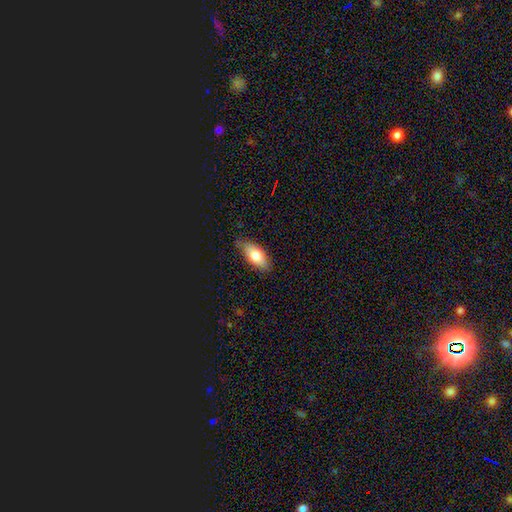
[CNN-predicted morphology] Smooth or featured?
  - smooth: 76% *
  - featured or disk: 18%
  - star or artifact: 7%
How rounded?
  - in between: 87% *
  - cigar-shaped: 10%
  - round: 3%
Merging?
  - none: 75% *
  - minor disturbance: 20%
  - major disturbance: 3%
  - merger: 1%